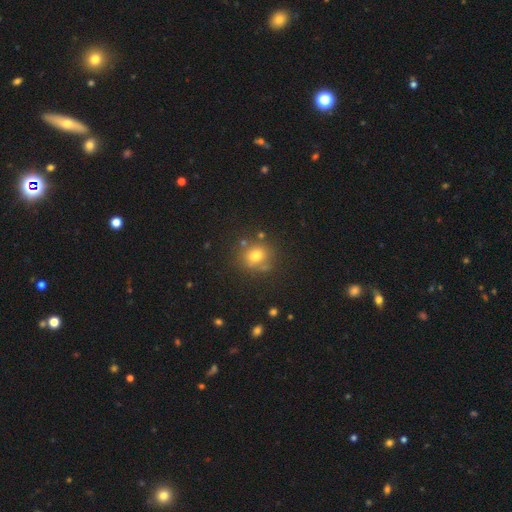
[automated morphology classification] smooth_or_featured: smooth (p=0.73) [alt: star or artifact p=0.17]
how_rounded: round (p=0.81) [alt: in between p=0.18]
merging: none (p=0.74) [alt: minor disturbance p=0.13]